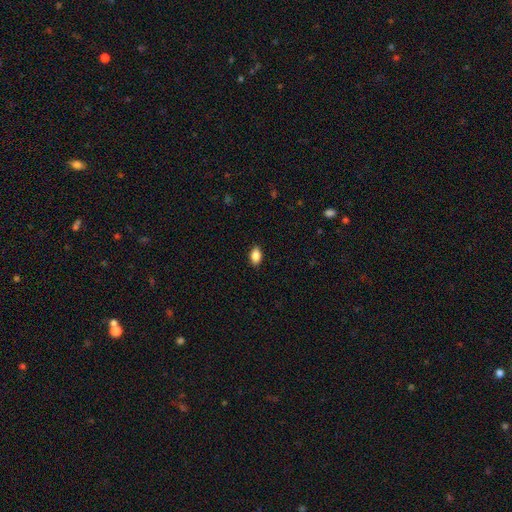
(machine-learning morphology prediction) This is clearly a smooth galaxy (87%). How rounded: clearly in between (89%). Merging: clearly none (88%).